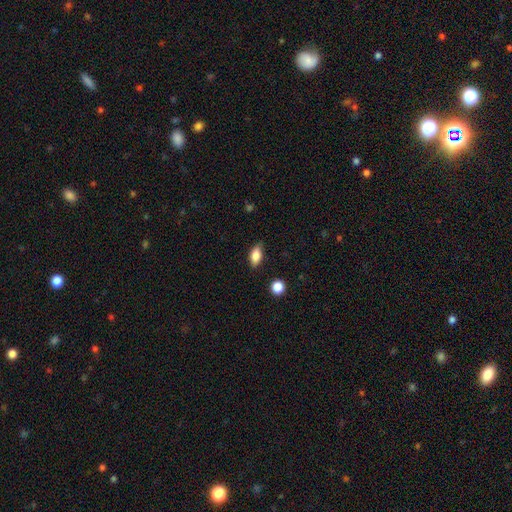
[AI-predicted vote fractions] Smooth or featured: smooth — 80% (featured or disk — 12%)
How rounded: in between — 85% (cigar-shaped — 9%)
Merging: none — 81% (minor disturbance — 15%)